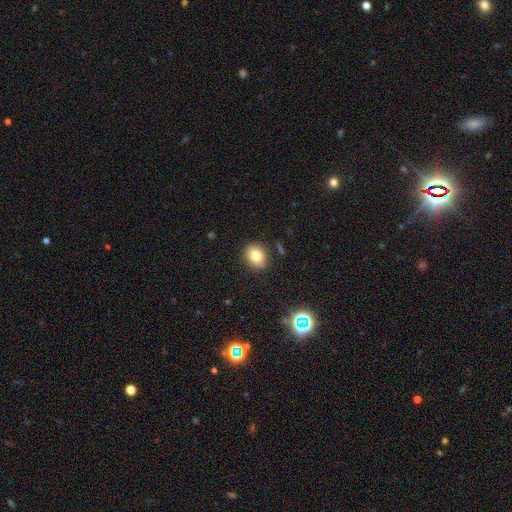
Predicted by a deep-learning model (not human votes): Morphology: type=smooth (80%); roundness=round (56%); merging=none (87%).